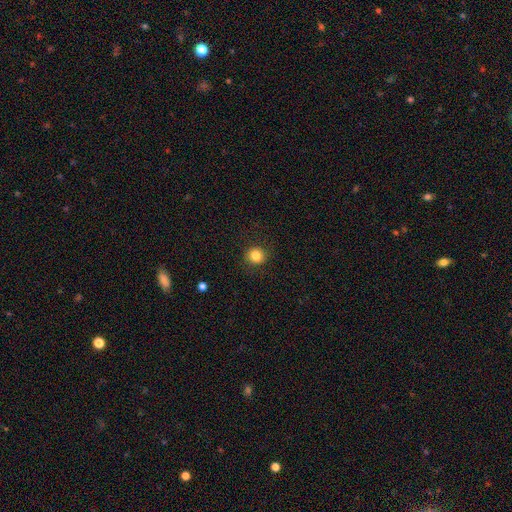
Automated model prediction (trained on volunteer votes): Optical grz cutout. It shows a smooth galaxy with no disk features (84%) that is round (91%). Merging: none (90%).